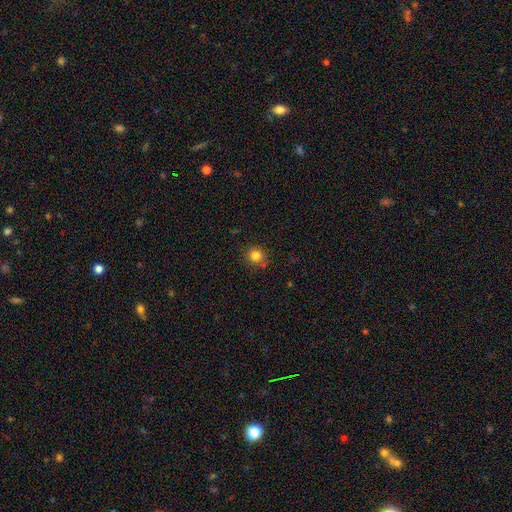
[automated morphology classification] smooth_or_featured: smooth (p=0.82) [alt: star or artifact p=0.12]
how_rounded: round (p=0.90) [alt: in between p=0.09]
merging: none (p=0.83) [alt: minor disturbance p=0.10]